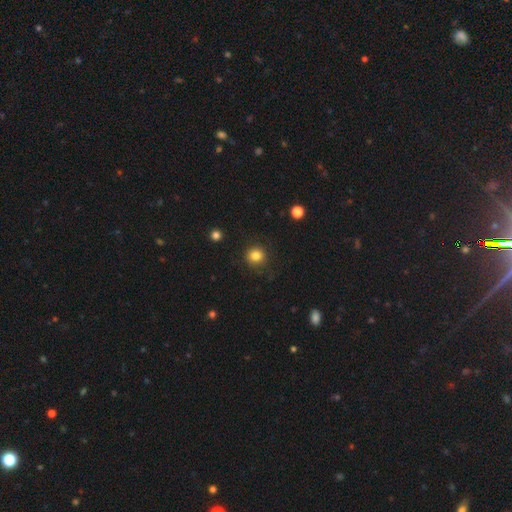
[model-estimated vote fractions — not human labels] Q: Smooth or featured?
A: smooth (83%); runner-up: star or artifact (12%)
Q: How rounded?
A: round (91%); runner-up: in between (8%)
Q: Merging?
A: none (88%); runner-up: minor disturbance (8%)